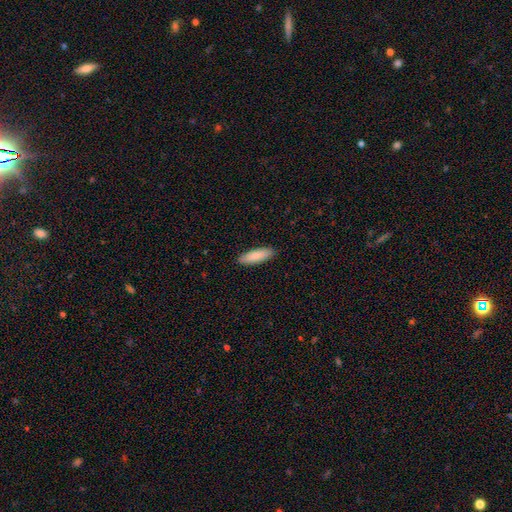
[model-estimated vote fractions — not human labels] A smooth galaxy with no disk features (87%) that is in between round and cigar-shaped (51%).

Vote fractions:
- Smooth or featured? smooth: 87% / featured or disk: 8% / star or artifact: 5%
- How rounded? in between: 51% / cigar-shaped: 48% / round: 1%
- Merging? none: 90% / minor disturbance: 7% / major disturbance: 2% / merger: 1%